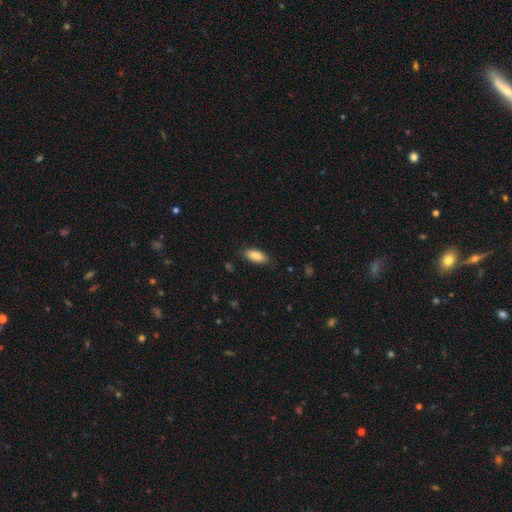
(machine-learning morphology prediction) This is clearly a smooth galaxy (87%). How rounded: clearly in between (84%). Merging: clearly none (82%).